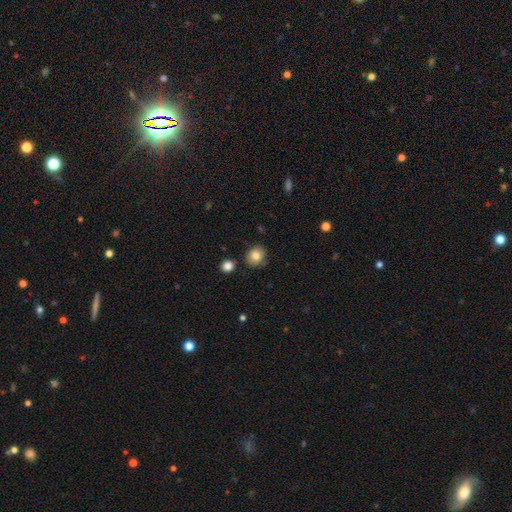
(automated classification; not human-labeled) smooth 82%, star or artifact 10%, featured or disk 8%. Down the decision tree: how rounded — round (77%); merging — none (83%).